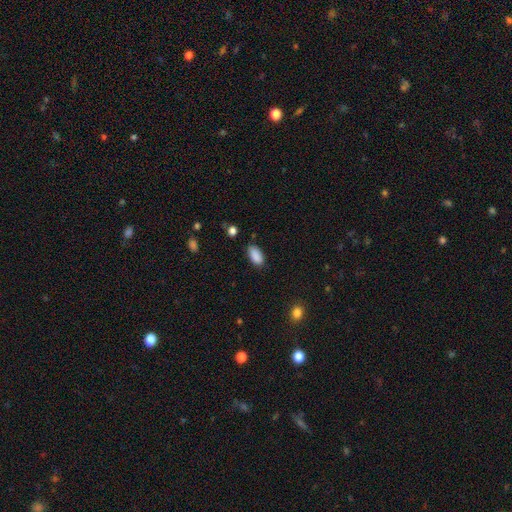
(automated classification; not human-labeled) Smooth or featured? smooth (89%)
How rounded? in between (92%)
Merging? none (81%)